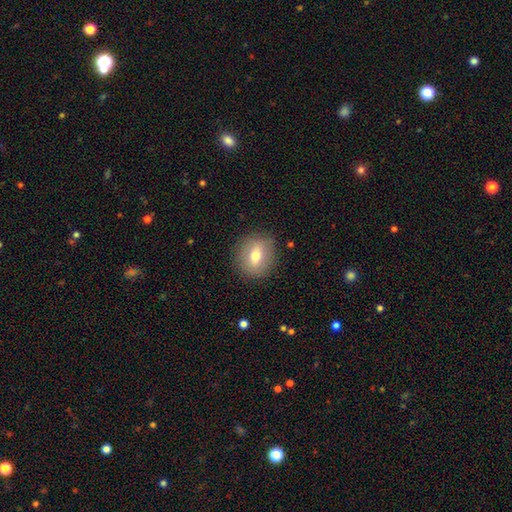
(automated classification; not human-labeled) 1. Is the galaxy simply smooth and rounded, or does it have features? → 62% smooth, 29% featured or disk, 9% star or artifact.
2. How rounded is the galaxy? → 69% round, 29% in between, 2% cigar-shaped.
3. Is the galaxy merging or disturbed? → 86% none, 10% minor disturbance, 3% major disturbance, 1% merger.